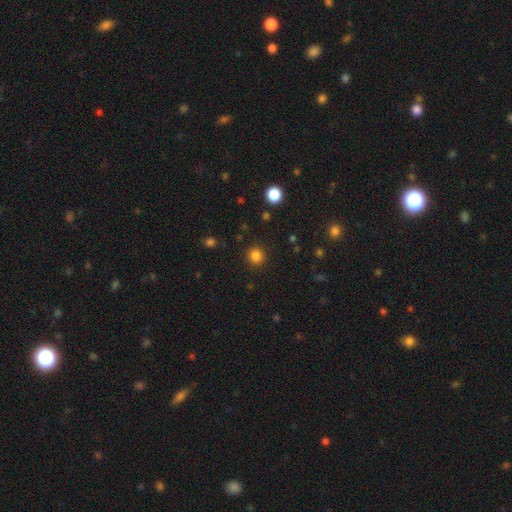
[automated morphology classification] A smooth galaxy with no disk features (83%) that is round (93%).

Vote fractions:
- Smooth or featured? smooth: 83% / star or artifact: 13% / featured or disk: 4%
- How rounded? round: 93% / in between: 7% / cigar-shaped: 1%
- Merging? none: 91% / minor disturbance: 6% / major disturbance: 3% / merger: 1%